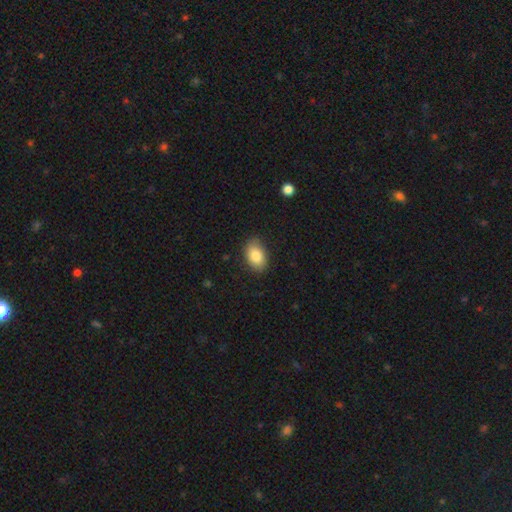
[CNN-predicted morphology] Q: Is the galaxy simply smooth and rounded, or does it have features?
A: smooth — 84%.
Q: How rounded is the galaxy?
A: in between — 87%.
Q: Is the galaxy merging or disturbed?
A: none — 85%.